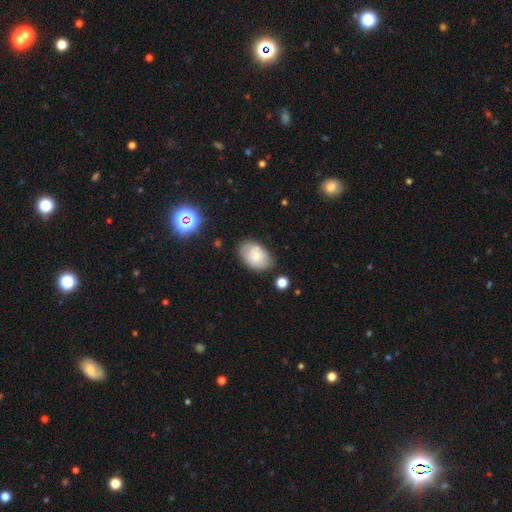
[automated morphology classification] Overall: smooth (62%; featured or disk 30%). How rounded: in between (87%). Merging: none (71%).